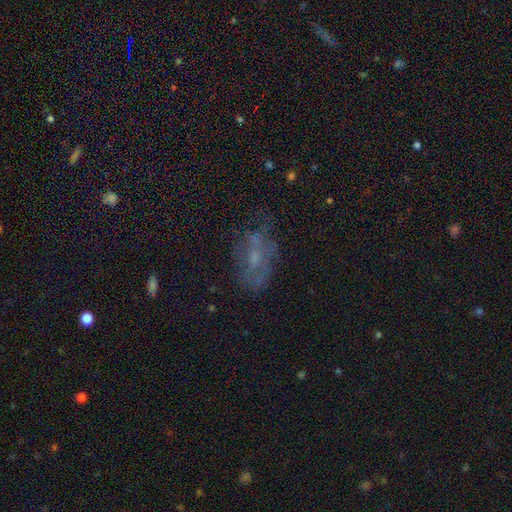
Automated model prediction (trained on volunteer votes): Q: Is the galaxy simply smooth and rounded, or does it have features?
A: featured or disk — 42%.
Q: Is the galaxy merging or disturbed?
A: none — 55%.